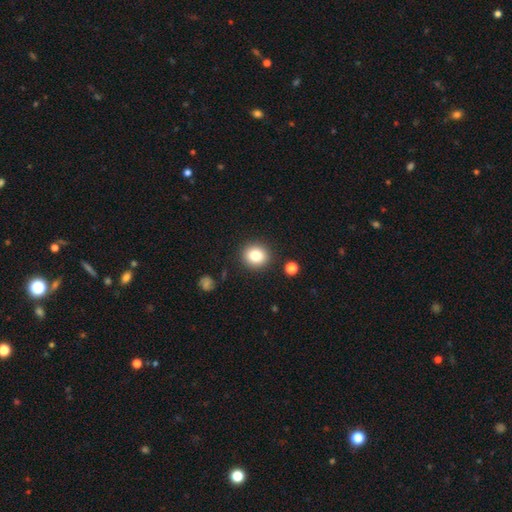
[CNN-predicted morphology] type=smooth (81%); roundness=round (83%); merging=none (89%).